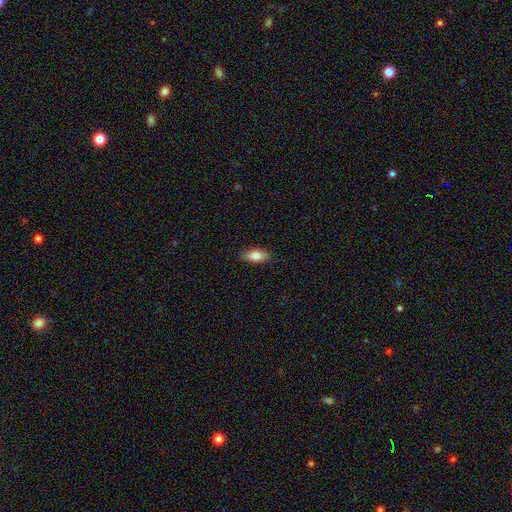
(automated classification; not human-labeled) Morphology: type=smooth (79%); roundness=in between (83%); merging=none (87%).